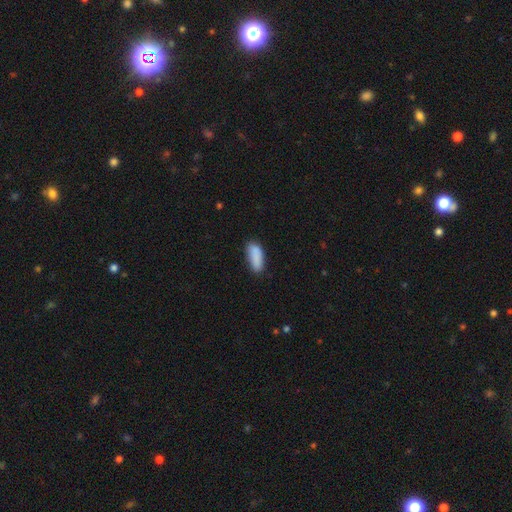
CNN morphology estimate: Overall: smooth (87%). How rounded: in between (76%). Merging: none (71%).